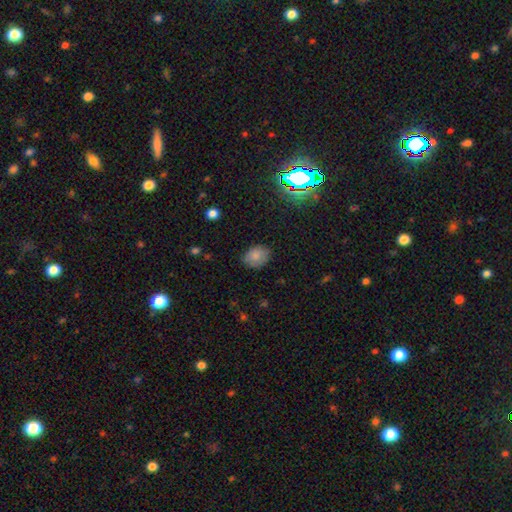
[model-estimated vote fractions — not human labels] Smooth or featured? smooth (82%)
How rounded? in between (64%)
Merging? none (80%)